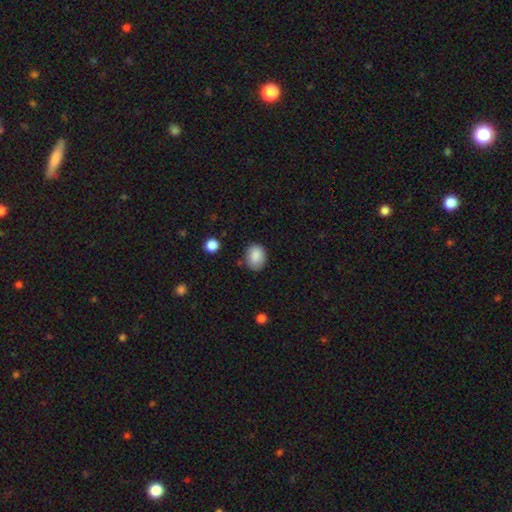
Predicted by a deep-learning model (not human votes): Smooth or featured?
  - smooth: 88% *
  - star or artifact: 8%
  - featured or disk: 4%
How rounded?
  - in between: 62% *
  - round: 37%
  - cigar-shaped: 1%
Merging?
  - none: 80% *
  - minor disturbance: 14%
  - major disturbance: 3%
  - merger: 2%